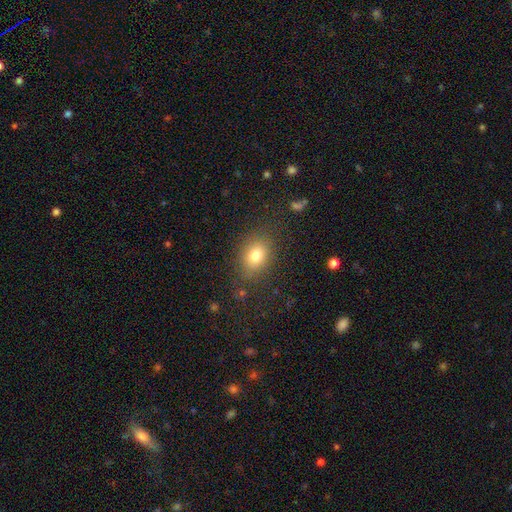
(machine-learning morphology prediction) smooth_or_featured: smooth (p=0.78) [alt: star or artifact p=0.12]
how_rounded: in between (p=0.60) [alt: round p=0.38]
merging: none (p=0.81) [alt: minor disturbance p=0.12]